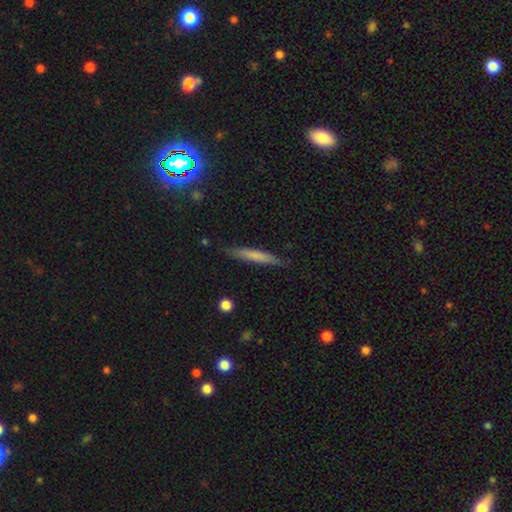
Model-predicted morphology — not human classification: smooth 68%, featured or disk 26%, star or artifact 7%. Down the decision tree: how rounded — cigar-shaped (93%); merging — none (83%).